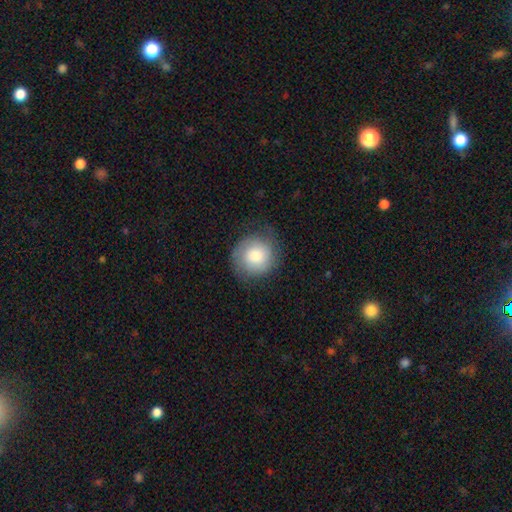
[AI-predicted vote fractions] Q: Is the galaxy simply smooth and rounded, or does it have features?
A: smooth — 71%.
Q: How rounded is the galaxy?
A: round — 90%.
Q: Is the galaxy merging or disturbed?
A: none — 72%.